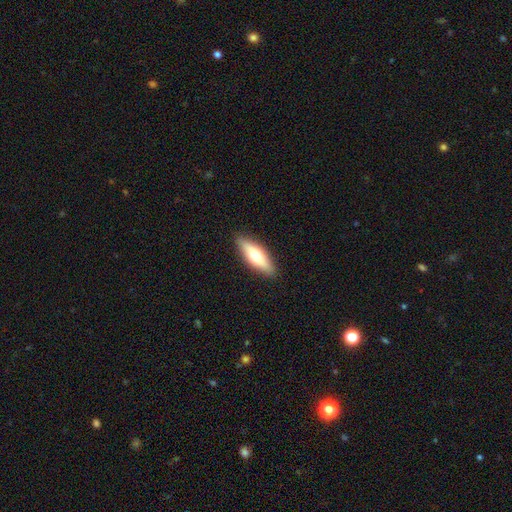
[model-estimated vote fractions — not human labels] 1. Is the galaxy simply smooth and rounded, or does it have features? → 58% smooth, 36% featured or disk, 6% star or artifact.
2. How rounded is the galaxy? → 50% in between, 48% cigar-shaped, 2% round.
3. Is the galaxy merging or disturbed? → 89% none, 8% minor disturbance, 2% major disturbance, 1% merger.